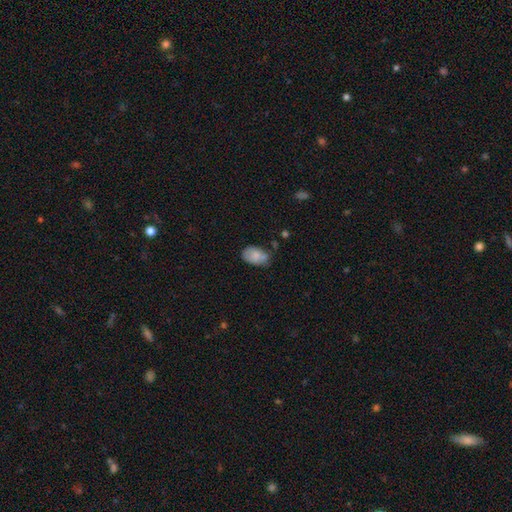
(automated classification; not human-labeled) This is likely a smooth galaxy (80%). How rounded: clearly in between (90%). Merging: possibly none (55%).